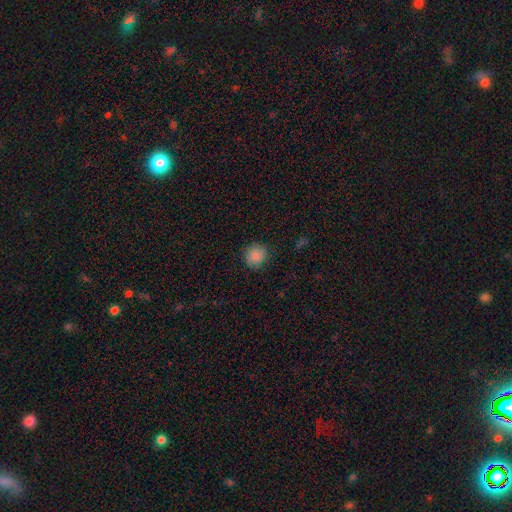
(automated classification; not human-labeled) Smooth or featured? smooth (86%)
How rounded? round (87%)
Merging? none (85%)